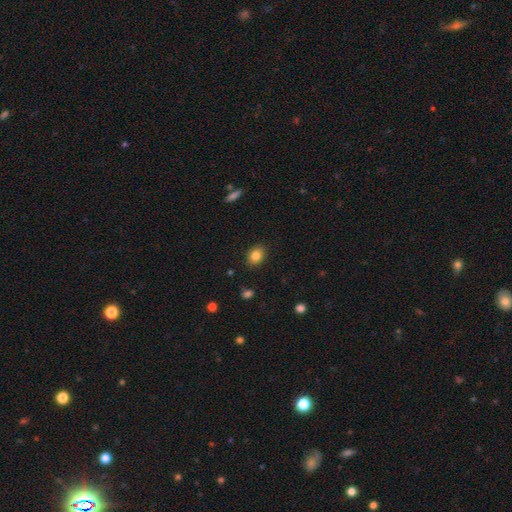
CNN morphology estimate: Q: Smooth or featured?
A: smooth (84%); runner-up: star or artifact (10%)
Q: How rounded?
A: in between (59%); runner-up: round (40%)
Q: Merging?
A: none (88%); runner-up: minor disturbance (9%)